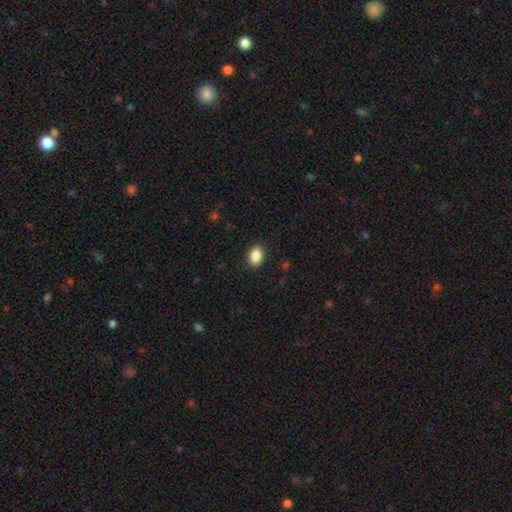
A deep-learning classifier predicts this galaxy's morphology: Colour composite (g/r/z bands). It shows a smooth galaxy with no disk features (88%) that is in between round and cigar-shaped (80%). Merging: none (90%).